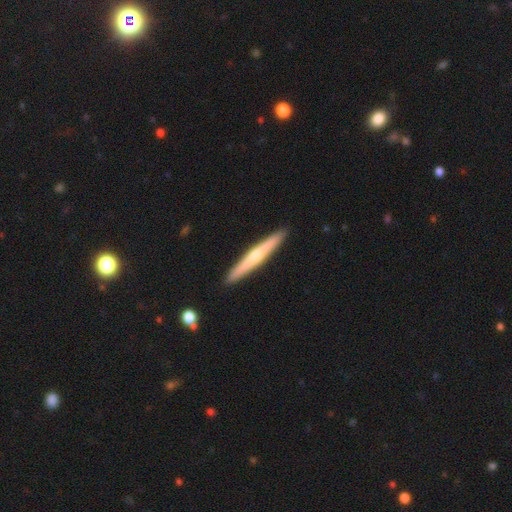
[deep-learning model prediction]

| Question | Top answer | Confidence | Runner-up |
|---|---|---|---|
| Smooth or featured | featured or disk | 51% | smooth (44%) |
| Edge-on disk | yes | 97% | no (3%) |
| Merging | none | 92% | minor disturbance (5%) |